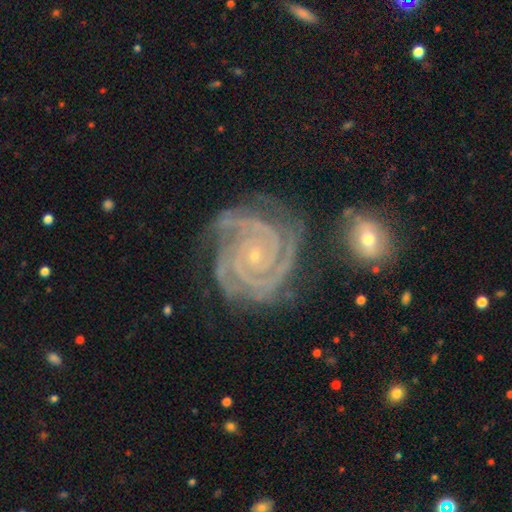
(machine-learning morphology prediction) Smooth or featured? Predicted: featured or disk (p=0.92). Edge-on disk? Predicted: no (p=0.98). Bar? Predicted: no (p=0.72). Spiral arms? Predicted: yes (p=0.99). Spiral winding? Predicted: tight (p=0.84). Spiral arm count? Predicted: 3 (p=0.36). Bulge size? Predicted: small (p=0.87). Merging? Predicted: none (p=0.71).